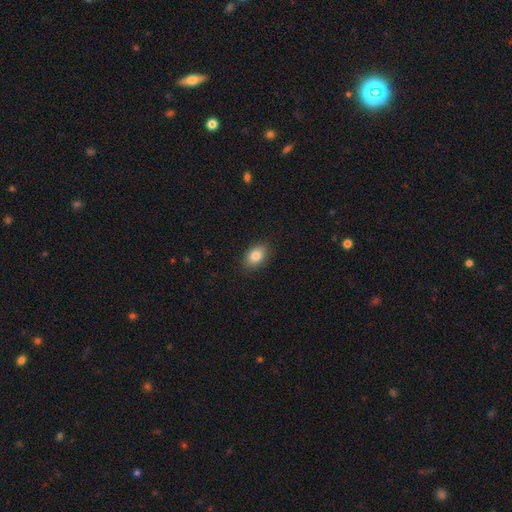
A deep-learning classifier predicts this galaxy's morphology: type=smooth (84%); roundness=in between (84%); merging=none (89%).